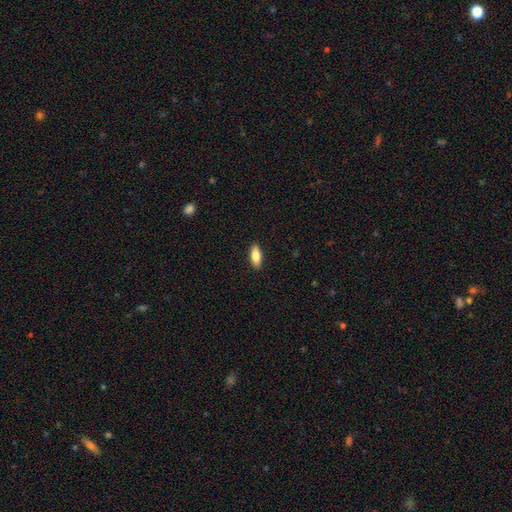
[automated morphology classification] type=smooth (81%); roundness=in between (76%); merging=none (90%).